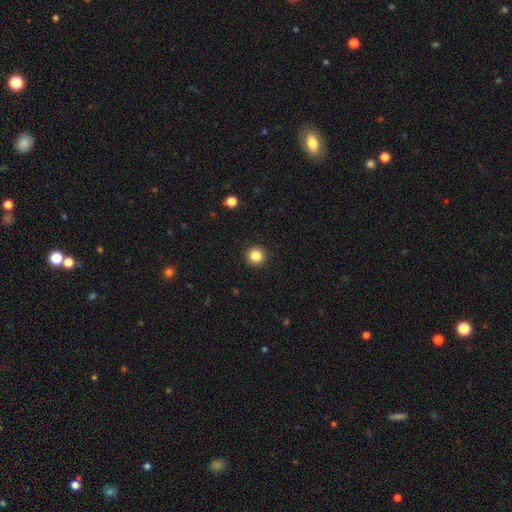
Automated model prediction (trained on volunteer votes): Smooth or featured? smooth (85%)
How rounded? round (94%)
Merging? none (93%)